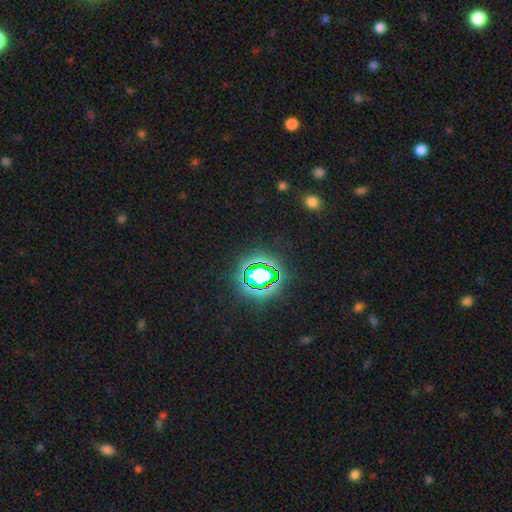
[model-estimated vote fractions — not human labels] Smooth or featured?
  - star or artifact: 81% *
  - smooth: 13%
  - featured or disk: 6%